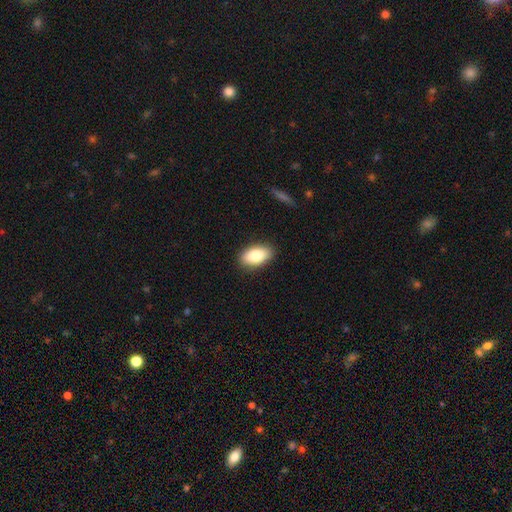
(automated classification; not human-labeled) smooth_or_featured: smooth (p=0.82) [alt: featured or disk p=0.11]
how_rounded: in between (p=0.91) [alt: round p=0.05]
merging: none (p=0.89) [alt: minor disturbance p=0.08]